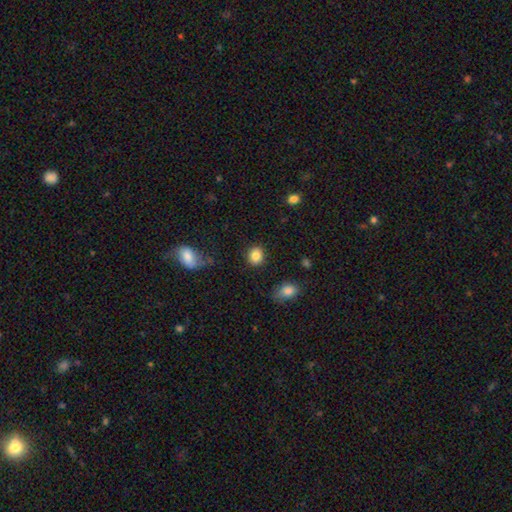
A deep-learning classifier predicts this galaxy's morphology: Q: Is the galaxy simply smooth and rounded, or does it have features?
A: smooth — 85%.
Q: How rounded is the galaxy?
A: round — 71%.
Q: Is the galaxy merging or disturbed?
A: none — 87%.